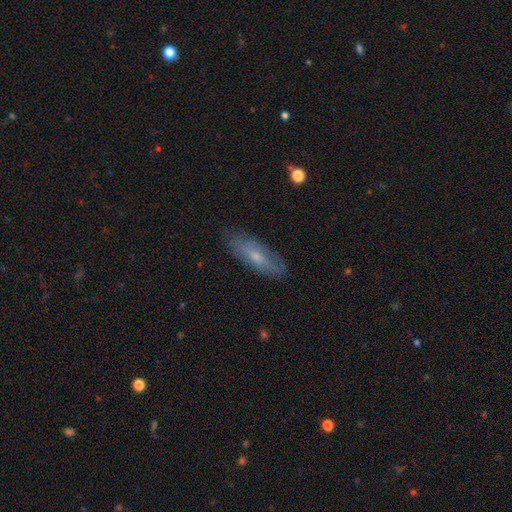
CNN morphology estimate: Smooth or featured?
  - smooth: 49% *
  - featured or disk: 43%
  - star or artifact: 7%
Merging?
  - none: 78% *
  - minor disturbance: 17%
  - major disturbance: 4%
  - merger: 1%